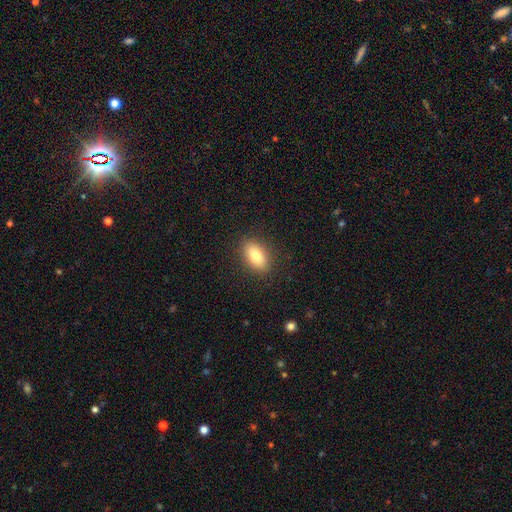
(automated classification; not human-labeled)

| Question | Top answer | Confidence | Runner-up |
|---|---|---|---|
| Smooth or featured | smooth | 80% | featured or disk (12%) |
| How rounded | in between | 87% | round (8%) |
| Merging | none | 88% | minor disturbance (8%) |